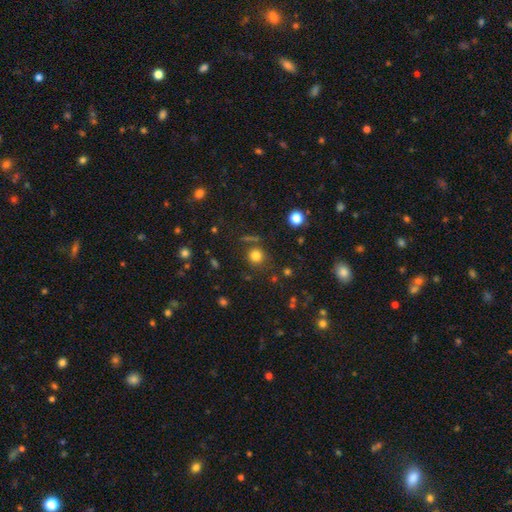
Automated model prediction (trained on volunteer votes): Overall: smooth (78%). How rounded: round (91%). Merging: none (79%).